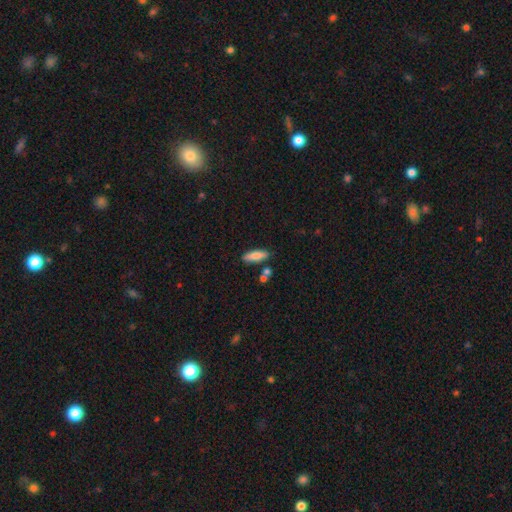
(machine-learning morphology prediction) type=smooth (81%); roundness=cigar-shaped (51%); merging=none (78%).